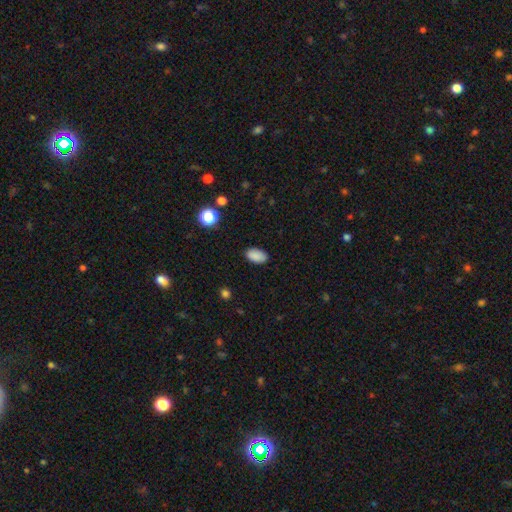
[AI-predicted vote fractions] smooth 88%, star or artifact 9%, featured or disk 3%. Down the decision tree: how rounded — in between (93%); merging — none (88%).